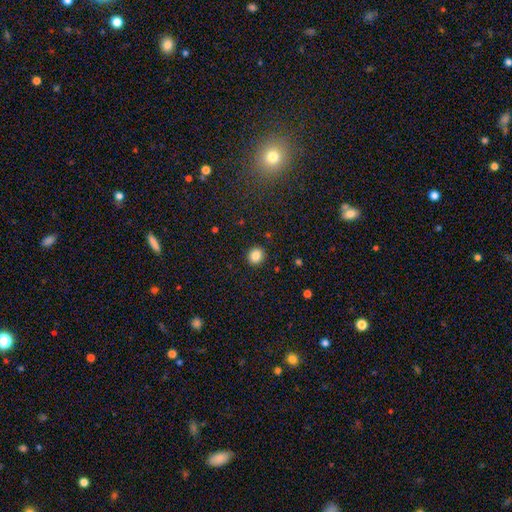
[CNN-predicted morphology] This appears to be a smooth galaxy with no disk features (85%) that is round (82%). Merging: none (91%).